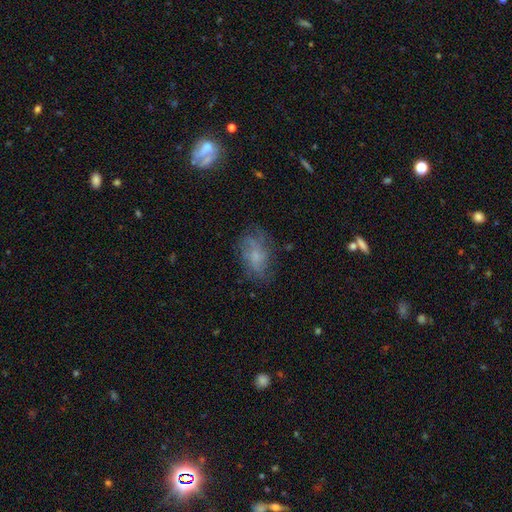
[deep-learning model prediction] Smooth or featured: featured or disk — 47% (smooth — 41%)
Merging: none — 64% (minor disturbance — 22%)